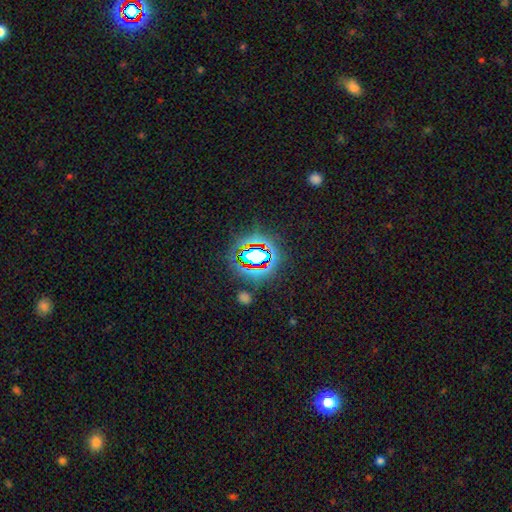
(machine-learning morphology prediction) Smooth or featured?
  - star or artifact: 70% *
  - smooth: 18%
  - featured or disk: 12%